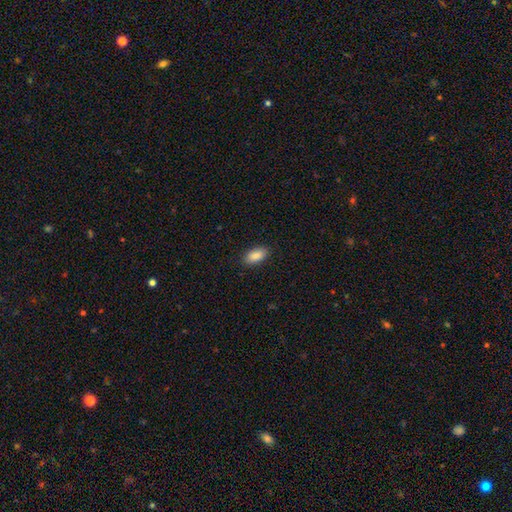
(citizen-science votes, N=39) Q: Smooth or featured?
A: smooth (90%); runner-up: star or artifact (8%)
Q: How rounded?
A: in between (91%); runner-up: cigar-shaped (9%)
Q: Merging?
A: none (94%); runner-up: minor disturbance (3%)